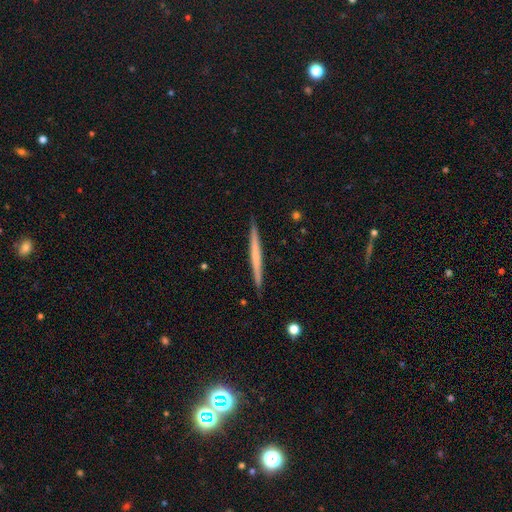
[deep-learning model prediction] smooth 49%, featured or disk 46%, star or artifact 5%. Down the decision tree: merging — none (92%).